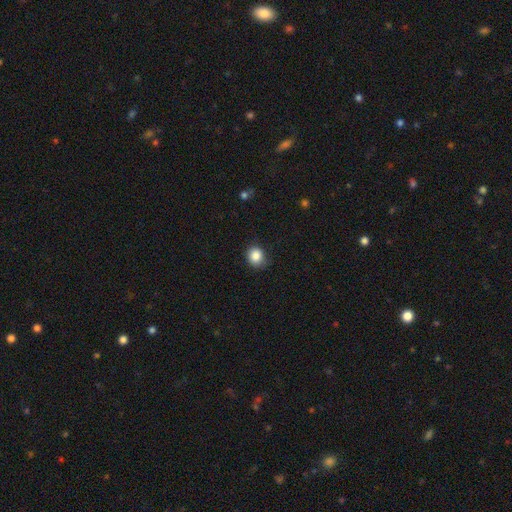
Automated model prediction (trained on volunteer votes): A smooth galaxy with no disk features (86%) that is round (80%). Merging: none (81%).